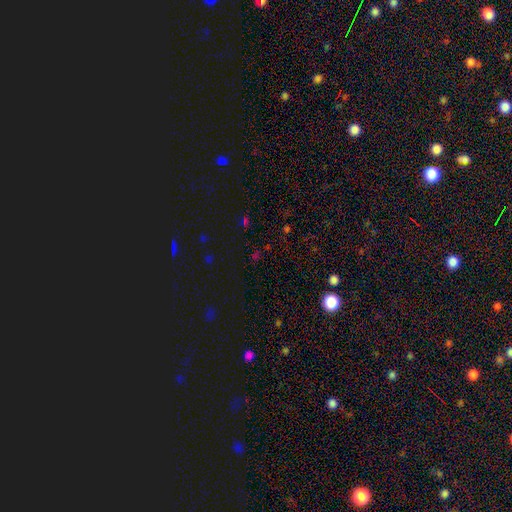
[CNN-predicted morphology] Q: Smooth or featured?
A: star or artifact (61%); runner-up: smooth (31%)